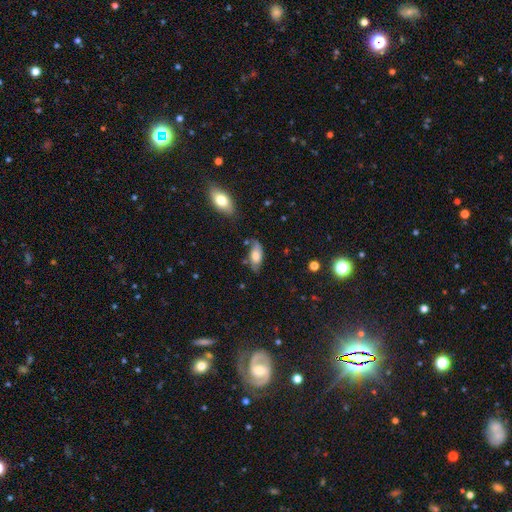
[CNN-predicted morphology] Q: Smooth or featured?
A: smooth (63%); runner-up: featured or disk (29%)
Q: How rounded?
A: in between (87%); runner-up: cigar-shaped (10%)
Q: Merging?
A: none (60%); runner-up: minor disturbance (27%)